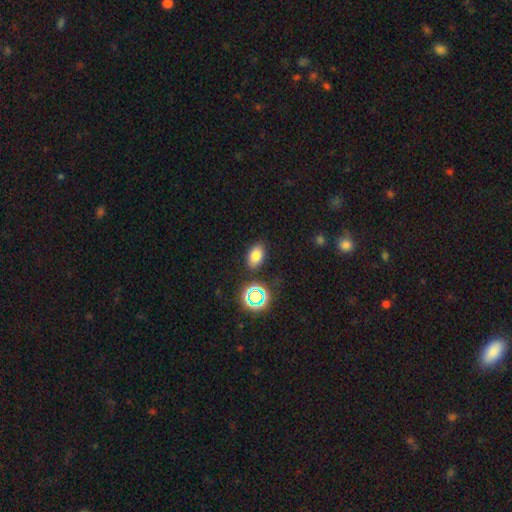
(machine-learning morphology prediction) Smooth or featured?
  - smooth: 75% *
  - star or artifact: 17%
  - featured or disk: 8%
How rounded?
  - in between: 85% *
  - round: 13%
  - cigar-shaped: 2%
Merging?
  - none: 85% *
  - minor disturbance: 10%
  - major disturbance: 3%
  - merger: 3%